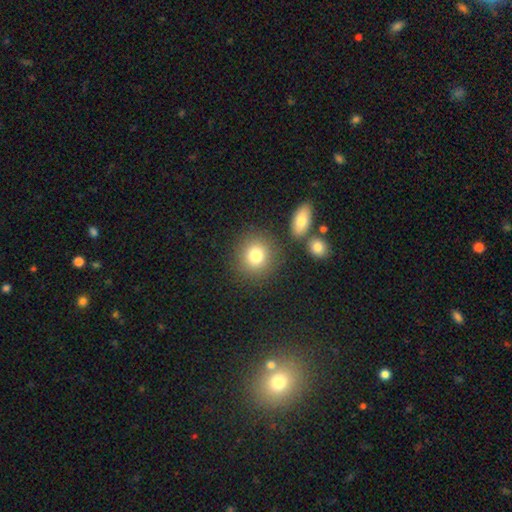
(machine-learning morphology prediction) Smooth or featured? Predicted: smooth (p=0.80). How rounded? Predicted: round (p=0.84). Merging? Predicted: none (p=0.81).